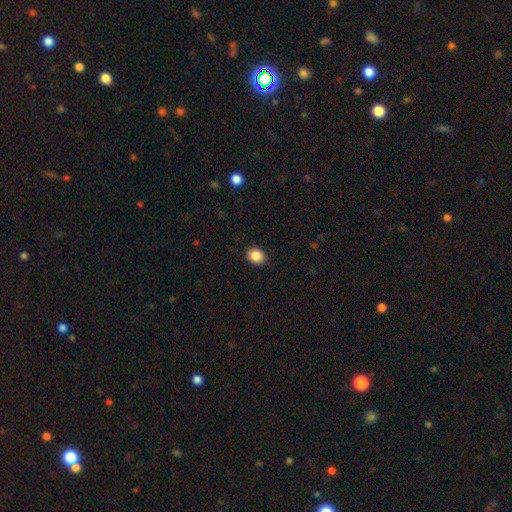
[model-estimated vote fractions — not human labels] Smooth or featured?
  - smooth: 88% *
  - star or artifact: 9%
  - featured or disk: 4%
How rounded?
  - in between: 54% *
  - round: 45%
  - cigar-shaped: 1%
Merging?
  - none: 90% *
  - minor disturbance: 7%
  - major disturbance: 2%
  - merger: 1%